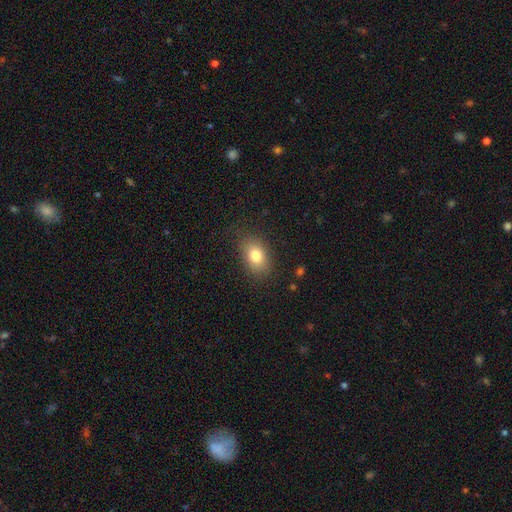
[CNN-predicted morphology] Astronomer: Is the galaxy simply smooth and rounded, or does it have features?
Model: smooth — 79%.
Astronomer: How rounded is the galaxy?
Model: in between — 79%.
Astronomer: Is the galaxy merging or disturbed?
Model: none — 81%.